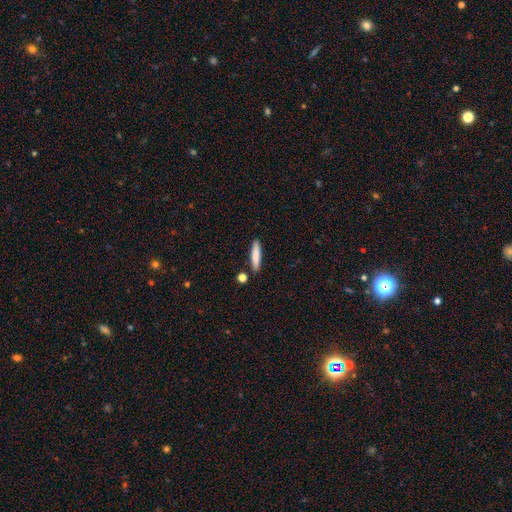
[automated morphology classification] smooth-or-featured: smooth: 81% | featured or disk: 13% | star or artifact: 6%
  how-rounded: cigar-shaped: 86% | in between: 13% | round: 2%
  merging: none: 85% | minor disturbance: 9% | merger: 4% | major disturbance: 2%